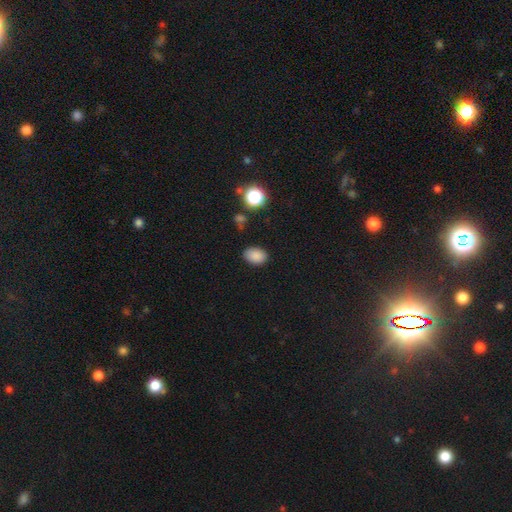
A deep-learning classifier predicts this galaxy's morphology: Smooth or featured?
  - smooth: 86% *
  - star or artifact: 10%
  - featured or disk: 4%
How rounded?
  - in between: 79% *
  - round: 20%
  - cigar-shaped: 1%
Merging?
  - none: 83% *
  - minor disturbance: 12%
  - major disturbance: 3%
  - merger: 2%